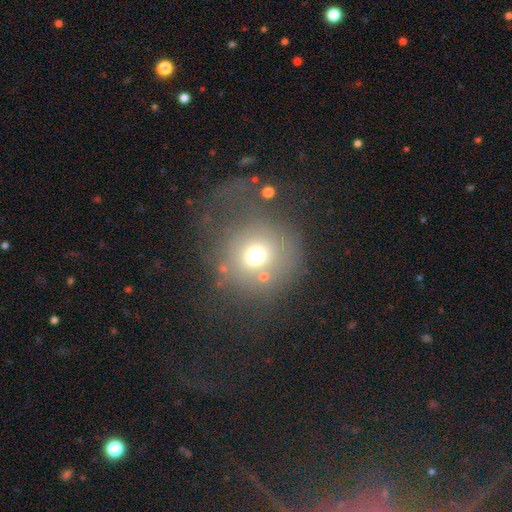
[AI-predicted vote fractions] smooth 64%, featured or disk 19%, star or artifact 17%. Down the decision tree: how rounded — round (91%); merging — none (51%).